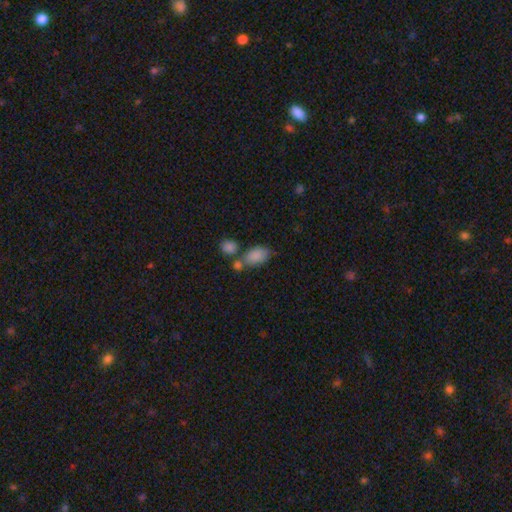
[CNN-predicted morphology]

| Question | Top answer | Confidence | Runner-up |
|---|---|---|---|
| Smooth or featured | smooth | 84% | featured or disk (8%) |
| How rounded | in between | 90% | round (8%) |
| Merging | none | 46% | merger (35%) |